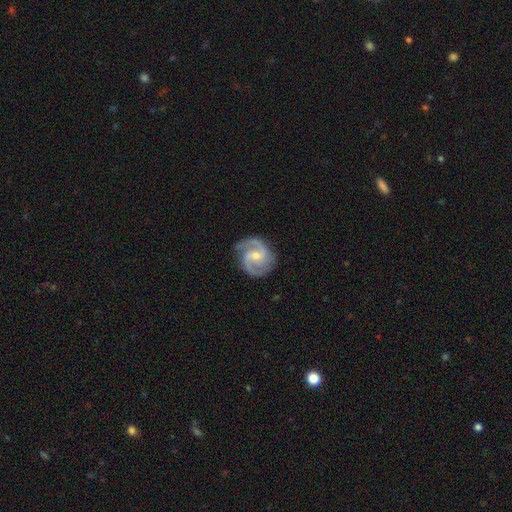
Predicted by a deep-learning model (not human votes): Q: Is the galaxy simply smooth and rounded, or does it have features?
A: featured or disk — 91%.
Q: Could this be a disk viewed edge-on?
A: no — 98%.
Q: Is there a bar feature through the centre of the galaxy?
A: weak — 50%.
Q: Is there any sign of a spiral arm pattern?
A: yes — 98%.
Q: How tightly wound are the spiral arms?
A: medium — 60%.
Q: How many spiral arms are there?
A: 2 — 84%.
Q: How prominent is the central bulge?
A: small — 56%.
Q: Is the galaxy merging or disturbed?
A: none — 81%.